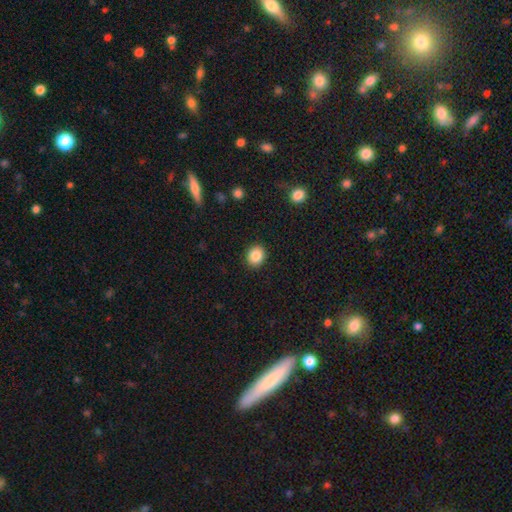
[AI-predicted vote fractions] smooth-or-featured: smooth: 86% | star or artifact: 9% | featured or disk: 5%
  how-rounded: round: 65% | in between: 34% | cigar-shaped: 1%
  merging: none: 91% | minor disturbance: 6% | major disturbance: 2% | merger: 1%